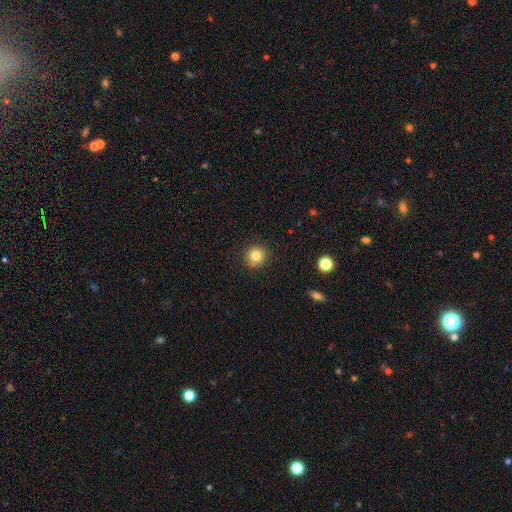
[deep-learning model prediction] Overall: smooth (82%). How rounded: round (93%). Merging: none (87%).